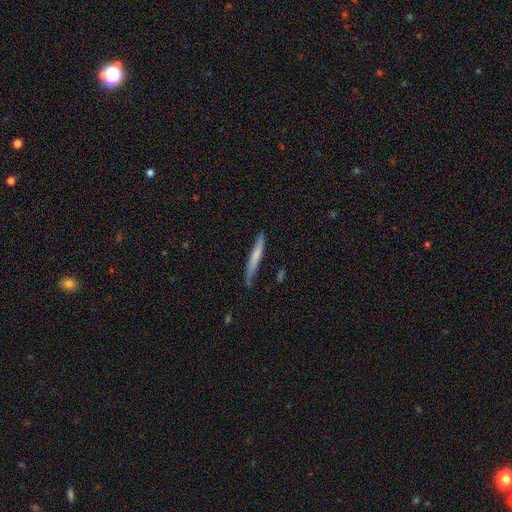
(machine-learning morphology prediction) Smooth or featured? Predicted: smooth (p=0.64). How rounded? Predicted: cigar-shaped (p=0.95). Merging? Predicted: none (p=0.74).